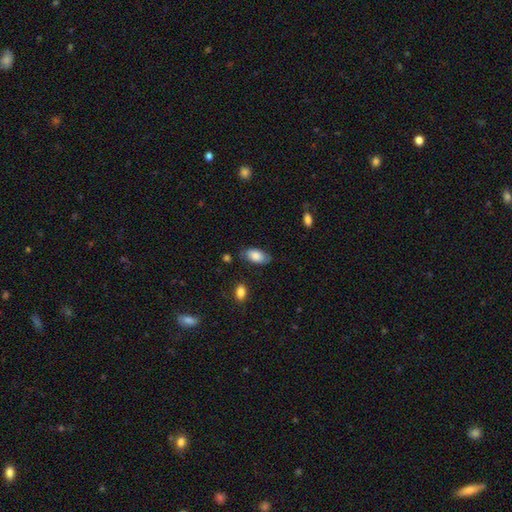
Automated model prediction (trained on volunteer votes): Smooth or featured? smooth (79%)
How rounded? in between (93%)
Merging? none (74%)